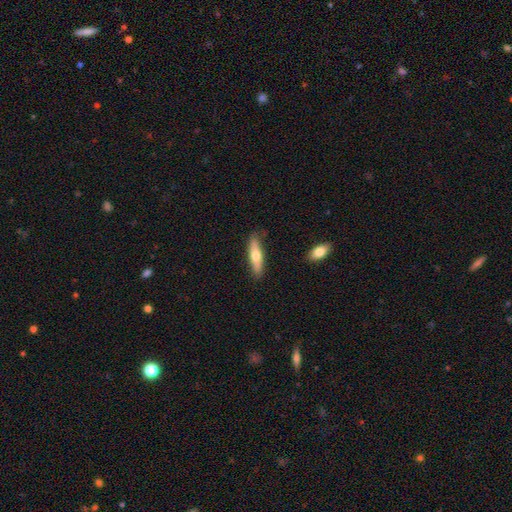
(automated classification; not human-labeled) Overall: smooth (62%; featured or disk 33%). How rounded: cigar-shaped (69%; in between 30%). Merging: none (83%).